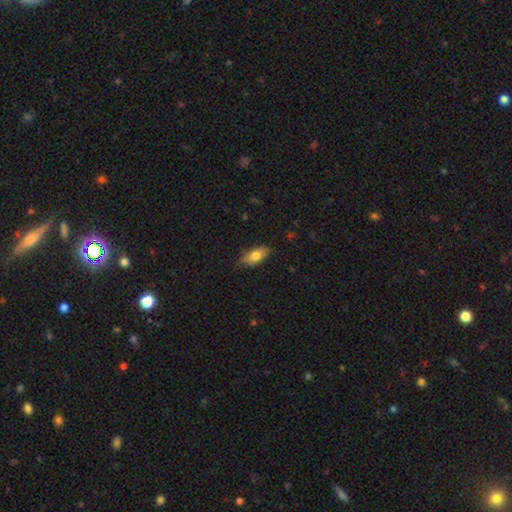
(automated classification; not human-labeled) Smooth or featured: smooth — 77% (featured or disk — 16%)
How rounded: in between — 84% (cigar-shaped — 11%)
Merging: none — 80% (minor disturbance — 16%)